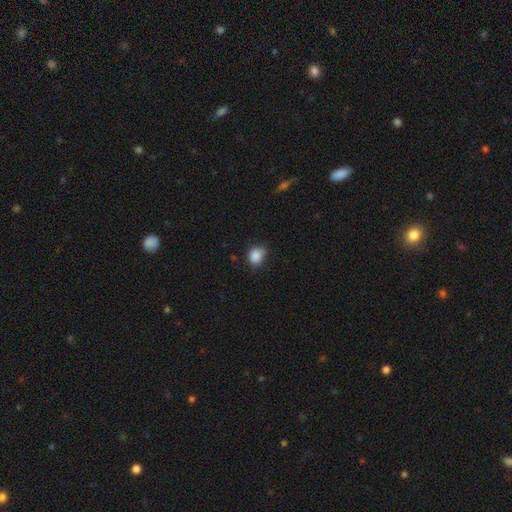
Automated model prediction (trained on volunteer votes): Smooth or featured? Predicted: smooth (p=0.86). How rounded? Predicted: round (p=0.57). Merging? Predicted: none (p=0.61).